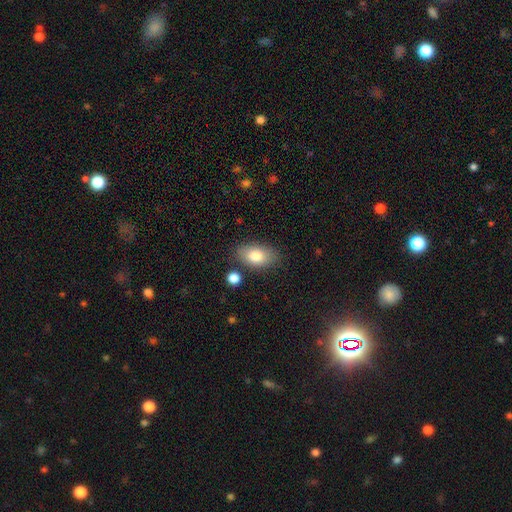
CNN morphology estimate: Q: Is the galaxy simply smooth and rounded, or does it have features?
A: smooth — 81%.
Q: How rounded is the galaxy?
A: in between — 91%.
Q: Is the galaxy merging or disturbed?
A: none — 79%.